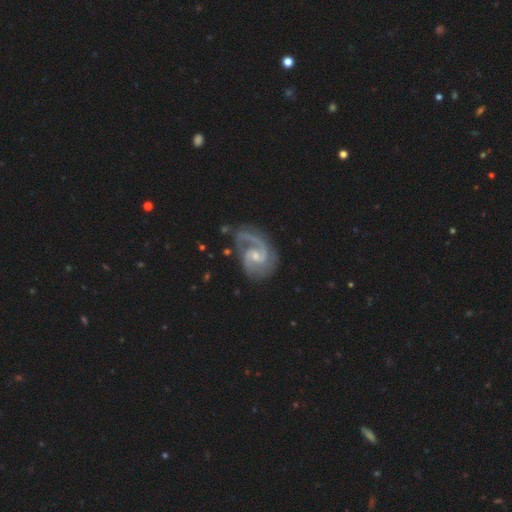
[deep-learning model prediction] This appears to be a featured or disk galaxy (92%) with a weak bar (51%), 2 (85%) medium (57%) spiral arms (98%) and a small central bulge (63%). Merging: none (65%).